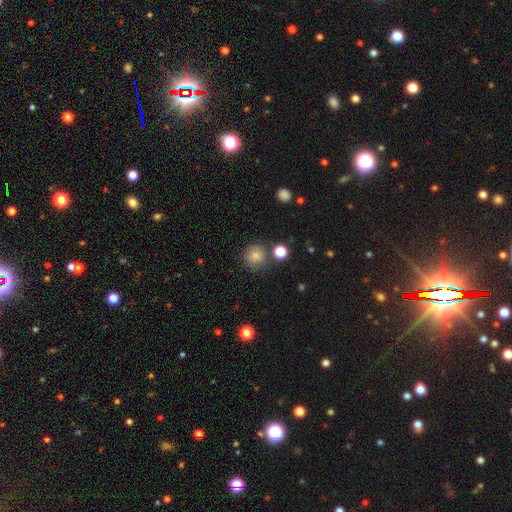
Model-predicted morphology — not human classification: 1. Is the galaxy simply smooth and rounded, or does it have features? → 81% smooth, 12% star or artifact, 7% featured or disk.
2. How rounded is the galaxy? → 92% round, 7% in between, 1% cigar-shaped.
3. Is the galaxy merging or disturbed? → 77% none, 12% minor disturbance, 8% merger, 4% major disturbance.